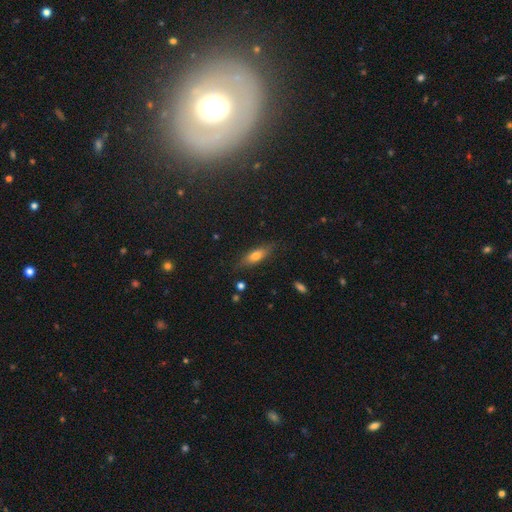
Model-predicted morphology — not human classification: This appears to be a smooth galaxy with no disk features (67%) that is in between round and cigar-shaped (58%). Merging: none (80%).